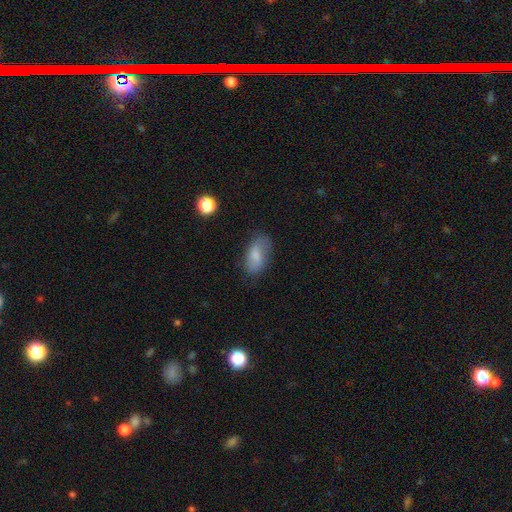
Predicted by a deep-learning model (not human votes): Smooth or featured? smooth (74%)
How rounded? in between (92%)
Merging? none (68%)